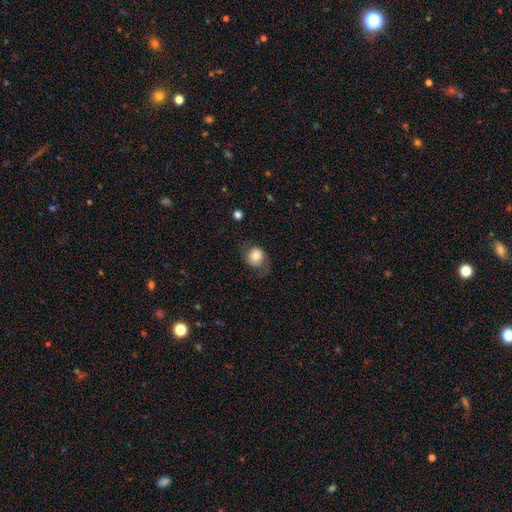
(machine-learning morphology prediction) smooth 67%, featured or disk 24%, star or artifact 8%. Down the decision tree: how rounded — round (72%); merging — none (57%).